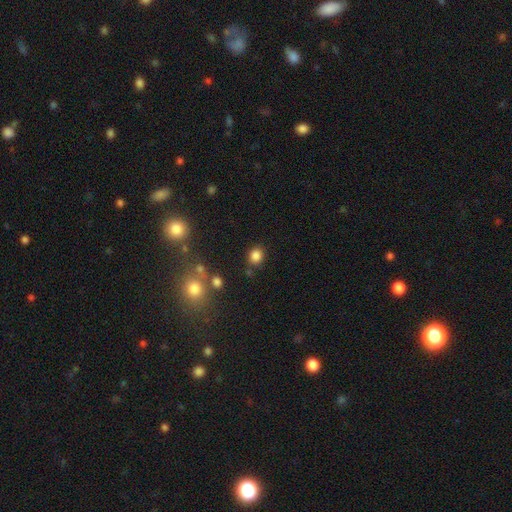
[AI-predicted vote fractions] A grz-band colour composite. It shows a smooth galaxy with no disk features (83%) that is round (72%). Merging: none (80%).